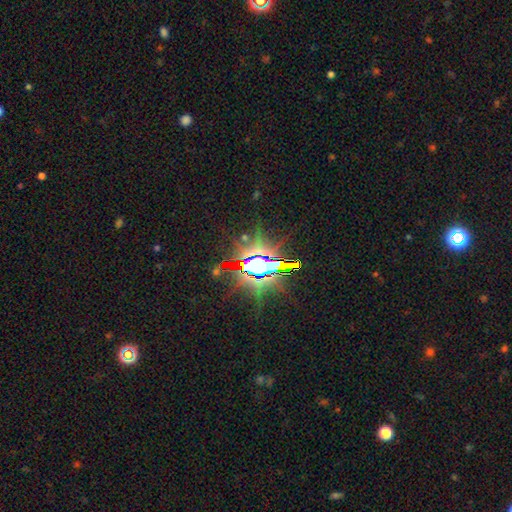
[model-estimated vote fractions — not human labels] Smooth or featured? star or artifact (83%)